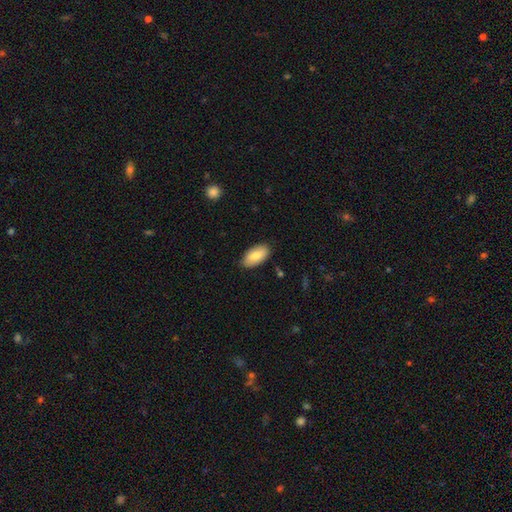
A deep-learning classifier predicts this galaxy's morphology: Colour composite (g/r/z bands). It shows a smooth galaxy with no disk features (81%) that is in between round and cigar-shaped (94%). Merging: none (84%).